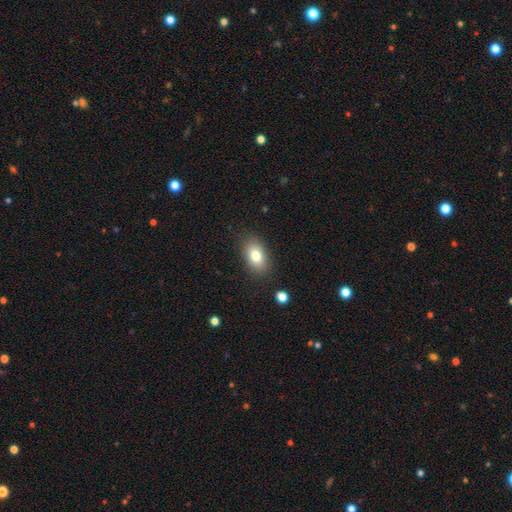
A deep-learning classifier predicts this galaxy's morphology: smooth-or-featured: smooth: 79% | featured or disk: 12% | star or artifact: 9%
  how-rounded: in between: 87% | round: 11% | cigar-shaped: 2%
  merging: none: 85% | minor disturbance: 11% | major disturbance: 3% | merger: 2%